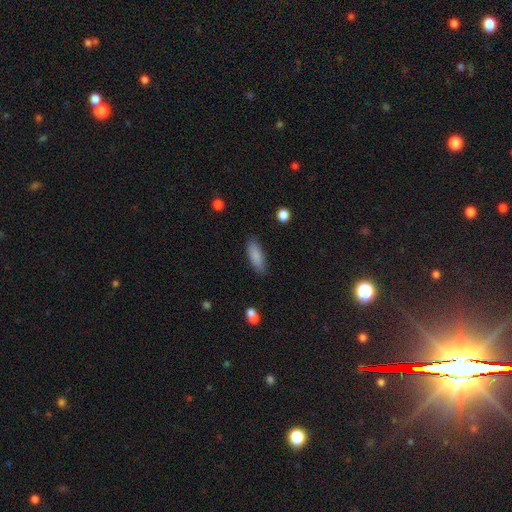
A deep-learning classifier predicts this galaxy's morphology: Smooth or featured? Predicted: smooth (p=0.87). How rounded? Predicted: in between (p=0.64). Merging? Predicted: none (p=0.84).